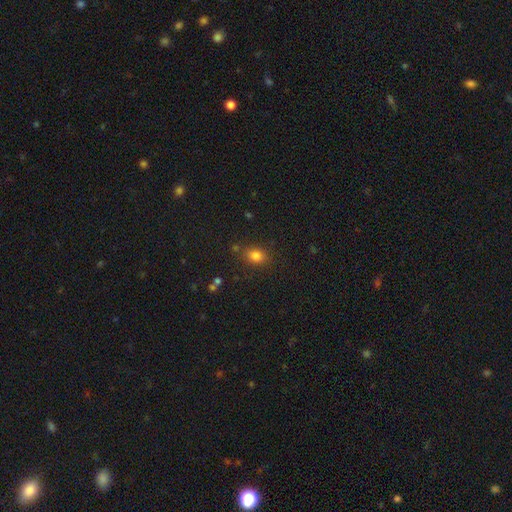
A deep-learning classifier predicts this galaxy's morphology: This appears to be a smooth galaxy with no disk features (80%) that is in between round and cigar-shaped (55%). Merging: none (80%).